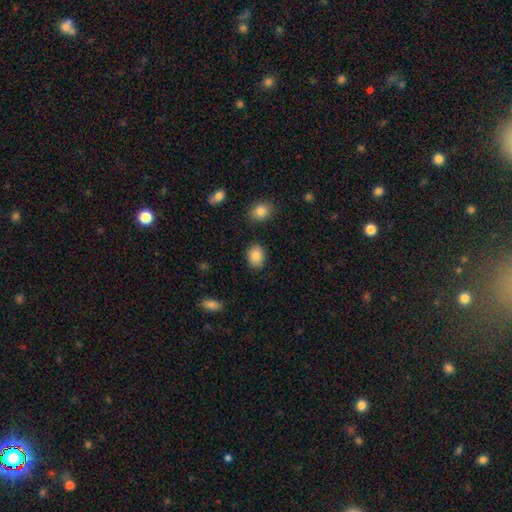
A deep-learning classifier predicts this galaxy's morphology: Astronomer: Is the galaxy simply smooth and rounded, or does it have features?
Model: smooth — 86%.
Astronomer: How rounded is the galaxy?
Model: in between — 61% (runner-up: round, 38%).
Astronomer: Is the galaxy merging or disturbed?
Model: none — 86%.